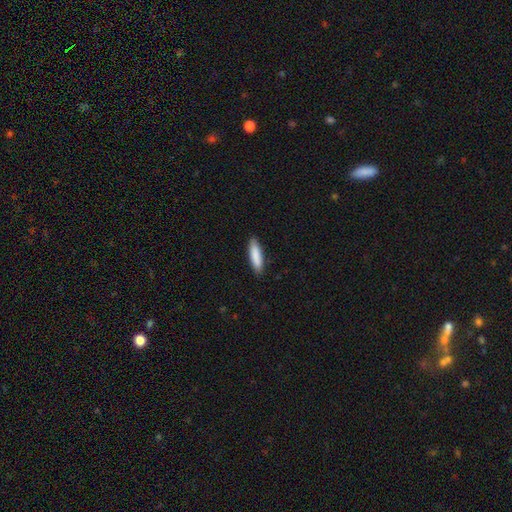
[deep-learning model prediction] Smooth or featured? Predicted: smooth (p=0.87). How rounded? Predicted: cigar-shaped (p=0.68). Merging? Predicted: none (p=0.88).